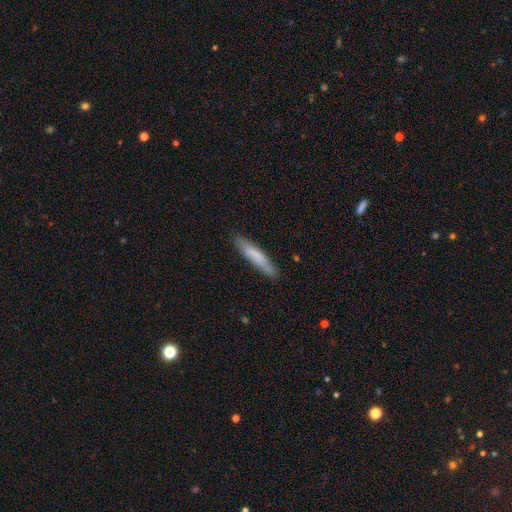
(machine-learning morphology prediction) smooth 74%, featured or disk 20%, star or artifact 6%. Down the decision tree: how rounded — cigar-shaped (90%); merging — none (85%).